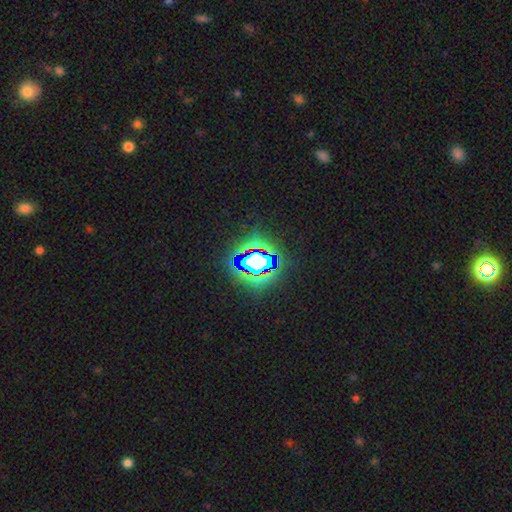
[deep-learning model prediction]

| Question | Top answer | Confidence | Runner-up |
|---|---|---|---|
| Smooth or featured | star or artifact | 79% | smooth (13%) |